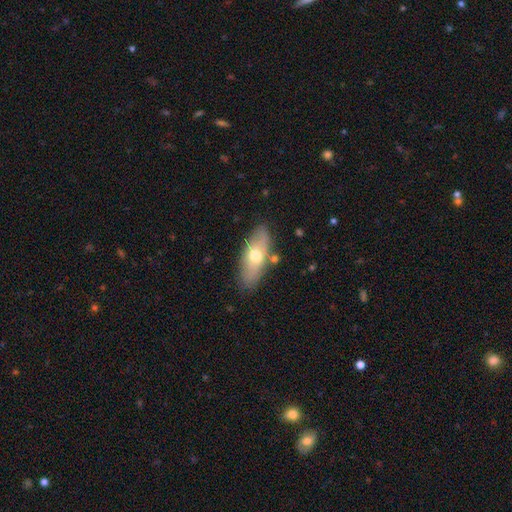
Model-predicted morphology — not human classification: Smooth or featured?
  - smooth: 57% *
  - featured or disk: 36%
  - star or artifact: 7%
How rounded?
  - in between: 79% *
  - cigar-shaped: 17%
  - round: 4%
Merging?
  - none: 78% *
  - minor disturbance: 14%
  - merger: 4%
  - major disturbance: 4%